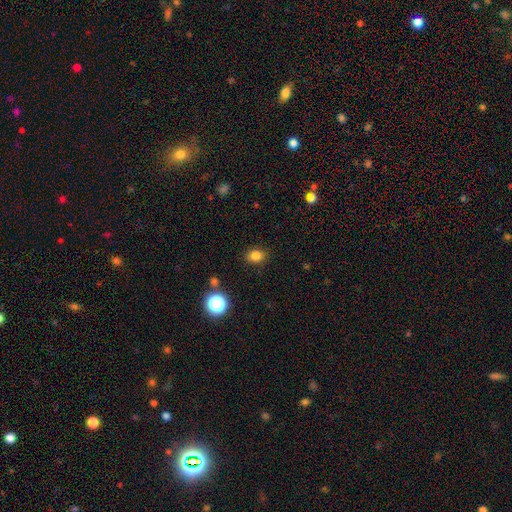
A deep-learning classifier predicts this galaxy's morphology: Smooth or featured?
  - smooth: 81% *
  - star or artifact: 13%
  - featured or disk: 5%
How rounded?
  - in between: 57% *
  - round: 42%
  - cigar-shaped: 1%
Merging?
  - none: 87% *
  - minor disturbance: 9%
  - major disturbance: 3%
  - merger: 1%